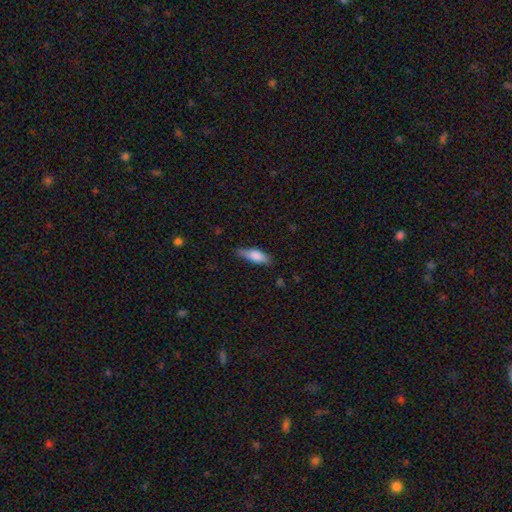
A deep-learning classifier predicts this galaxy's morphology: A smooth galaxy with no disk features (77%) that is in between round and cigar-shaped (63%).

Vote fractions:
- Smooth or featured? smooth: 77% / featured or disk: 16% / star or artifact: 6%
- How rounded? in between: 63% / cigar-shaped: 35% / round: 2%
- Merging? none: 69% / minor disturbance: 24% / major disturbance: 5% / merger: 2%